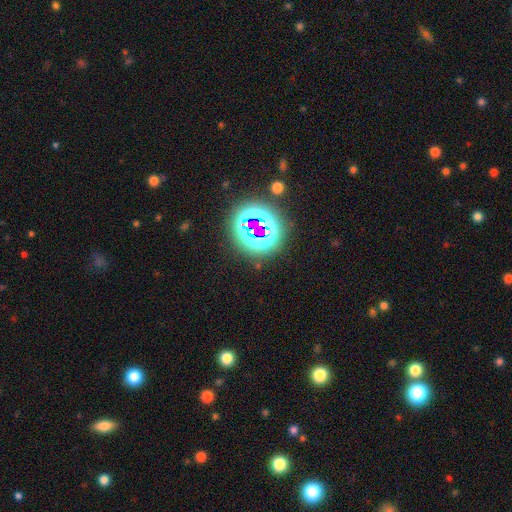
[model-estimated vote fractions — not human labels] smooth_or_featured: star or artifact (p=0.75) [alt: smooth p=0.16]